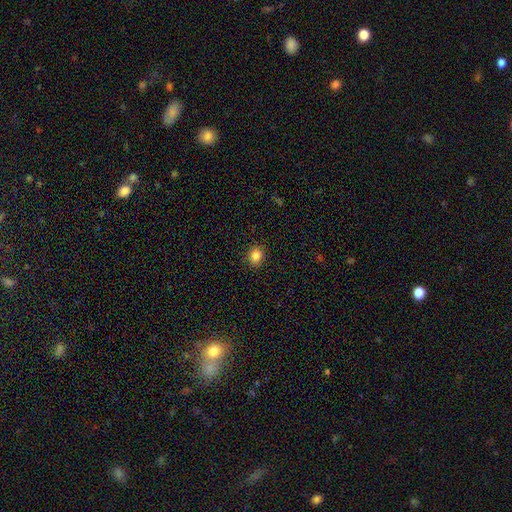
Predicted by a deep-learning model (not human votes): smooth_or_featured: smooth (p=0.85) [alt: star or artifact p=0.11]
how_rounded: round (p=0.70) [alt: in between p=0.29]
merging: none (p=0.90) [alt: minor disturbance p=0.07]